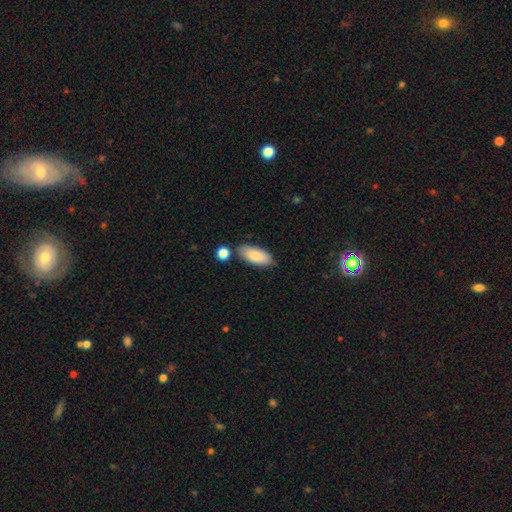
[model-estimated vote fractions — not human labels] Q: Smooth or featured?
A: smooth (85%); runner-up: featured or disk (9%)
Q: How rounded?
A: in between (86%); runner-up: cigar-shaped (12%)
Q: Merging?
A: none (77%); runner-up: minor disturbance (13%)